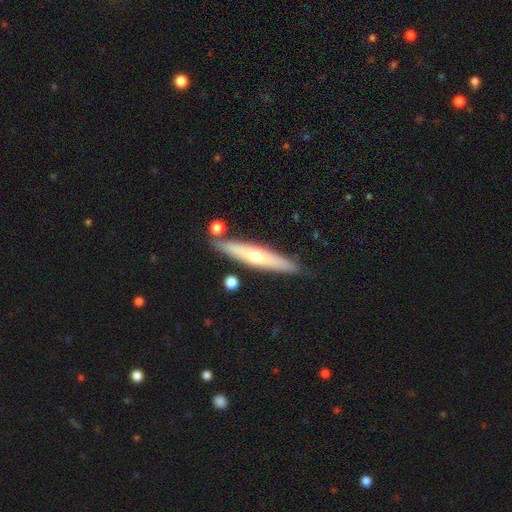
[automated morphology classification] Smooth or featured? featured or disk (53%)
Edge-on disk? yes (86%)
Merging? none (83%)